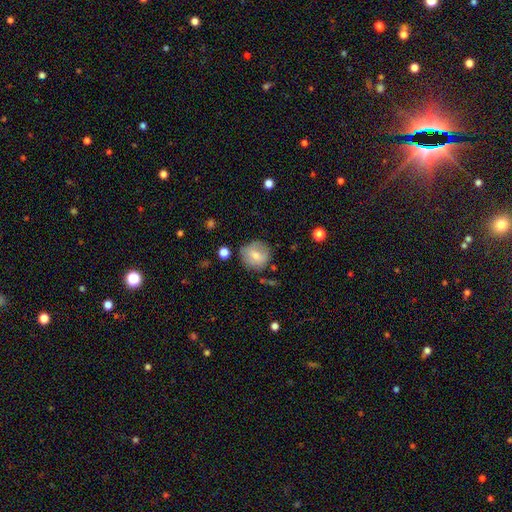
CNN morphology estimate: Overall: smooth (70%). How rounded: round (89%). Merging: none (74%).